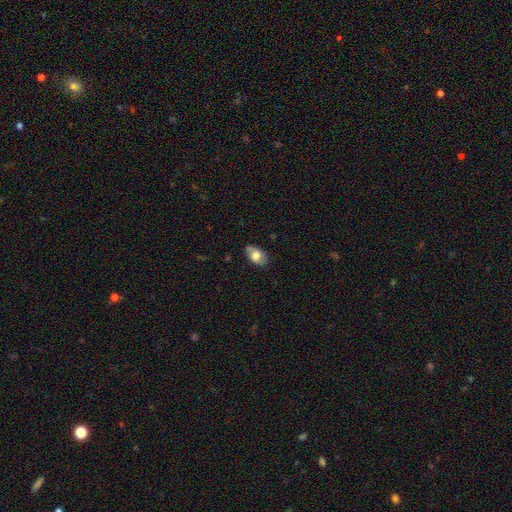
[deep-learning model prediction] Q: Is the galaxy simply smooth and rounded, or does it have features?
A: smooth — 73%.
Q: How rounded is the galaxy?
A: in between — 88%.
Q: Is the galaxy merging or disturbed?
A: none — 76%.